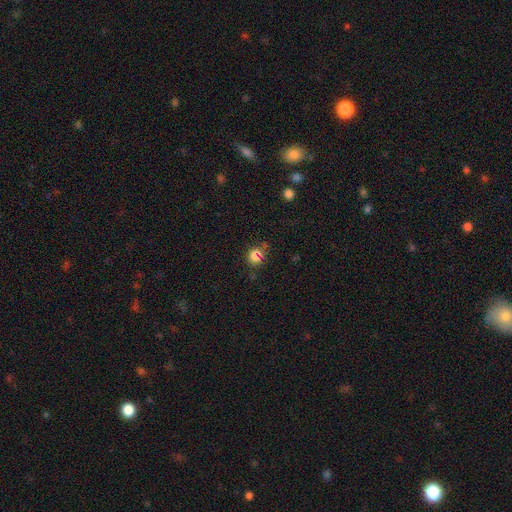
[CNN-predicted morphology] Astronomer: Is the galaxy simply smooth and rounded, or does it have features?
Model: smooth — 63%.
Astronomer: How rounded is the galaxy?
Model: round — 79%.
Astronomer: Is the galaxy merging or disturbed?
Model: none — 75%.